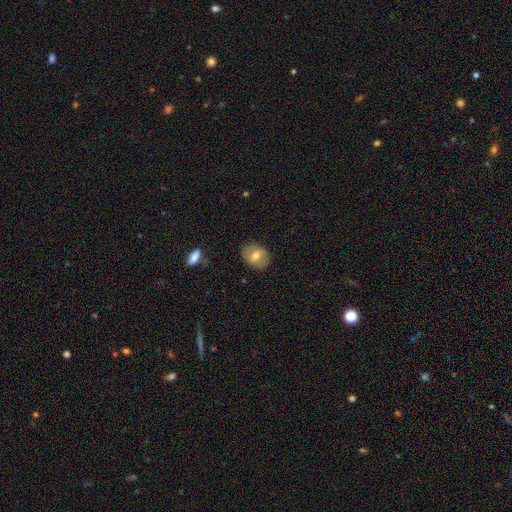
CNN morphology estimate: Smooth or featured? Predicted: smooth (p=0.59). How rounded? Predicted: in between (p=0.60). Merging? Predicted: none (p=0.84).